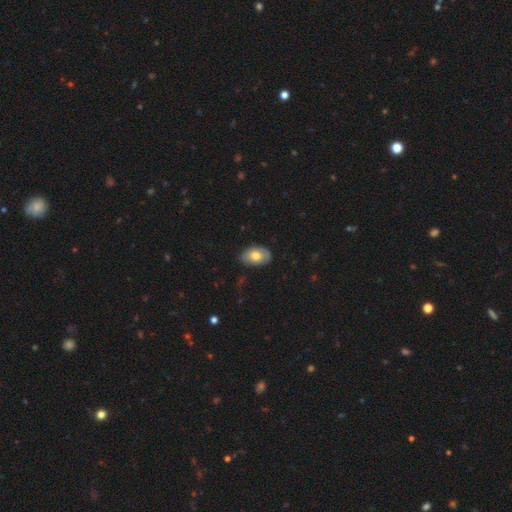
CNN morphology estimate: Smooth or featured?
  - smooth: 74% *
  - featured or disk: 19%
  - star or artifact: 7%
How rounded?
  - in between: 90% *
  - round: 9%
  - cigar-shaped: 1%
Merging?
  - none: 79% *
  - minor disturbance: 17%
  - major disturbance: 3%
  - merger: 1%